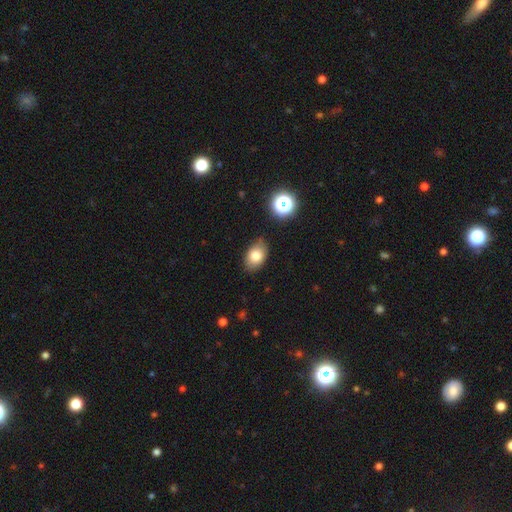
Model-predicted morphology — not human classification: smooth-or-featured: smooth: 80% | featured or disk: 10% | star or artifact: 10%
  how-rounded: in between: 82% | round: 16% | cigar-shaped: 1%
  merging: none: 79% | minor disturbance: 16% | major disturbance: 3% | merger: 2%